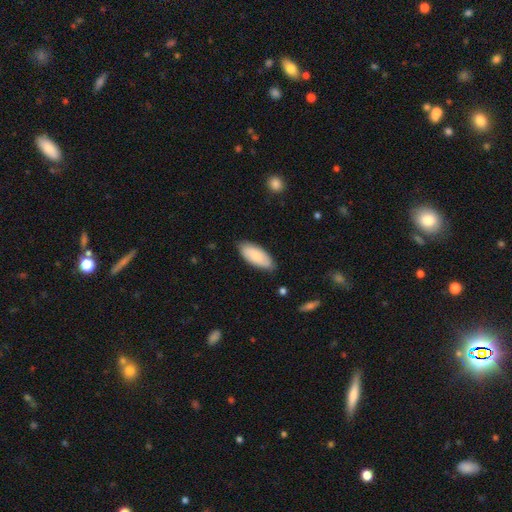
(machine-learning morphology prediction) type=smooth (81%); roundness=in between (87%); merging=none (82%).